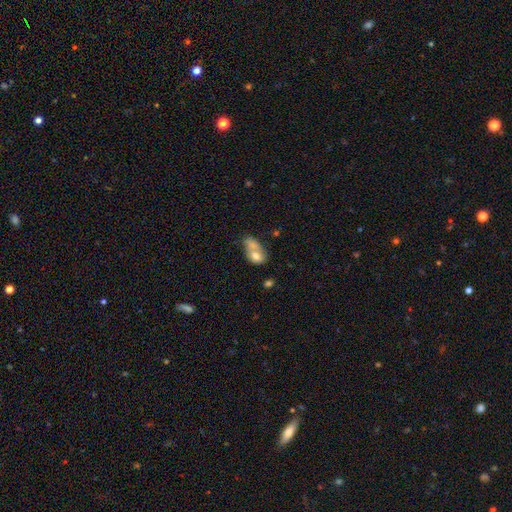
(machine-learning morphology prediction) type=smooth (67%); roundness=in between (78%); merging=merger (55%).